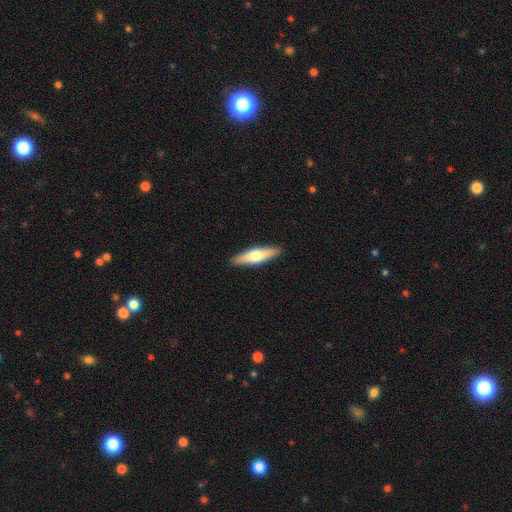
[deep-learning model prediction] A smooth galaxy with no disk features (54%) that is cigar-shaped (72%). Merging: none (91%).